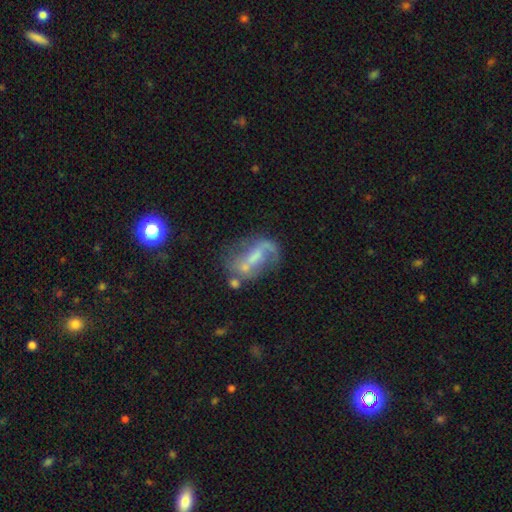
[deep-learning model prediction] A featured or disk galaxy (69%) with a weak bar (40%), spiral arms (72%) and a small central bulge (37%).

Vote fractions:
- Smooth or featured? featured or disk: 69% / smooth: 20% / star or artifact: 11%
- Edge-on disk? no: 94% / yes: 6%
- Bar? weak: 40% / no: 33% / strong: 27%
- Spiral arms? yes: 72% / no: 28%
- Bulge size? small: 37% / none: 30% / moderate: 27% / large: 4% / dominant: 2%
- Merging? none: 42% / major disturbance: 22% / minor disturbance: 20% / merger: 16%